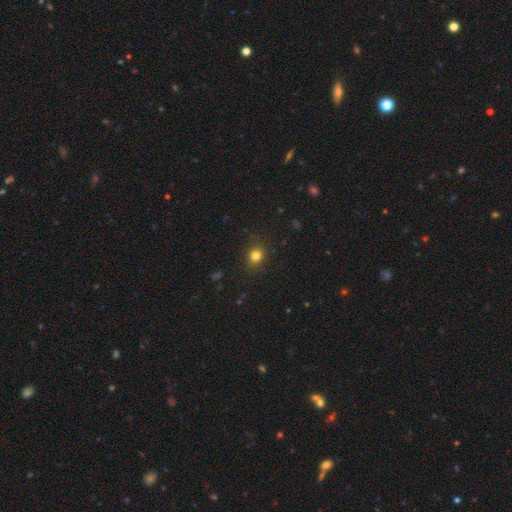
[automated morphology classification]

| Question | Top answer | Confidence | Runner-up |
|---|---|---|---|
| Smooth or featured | smooth | 80% | star or artifact (14%) |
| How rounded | round | 72% | in between (27%) |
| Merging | none | 88% | minor disturbance (8%) |